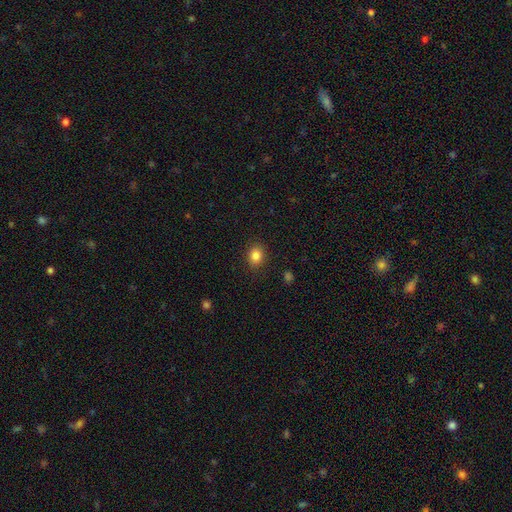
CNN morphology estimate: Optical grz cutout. It shows a smooth galaxy with no disk features (85%) that is round (53%). Merging: none (88%).